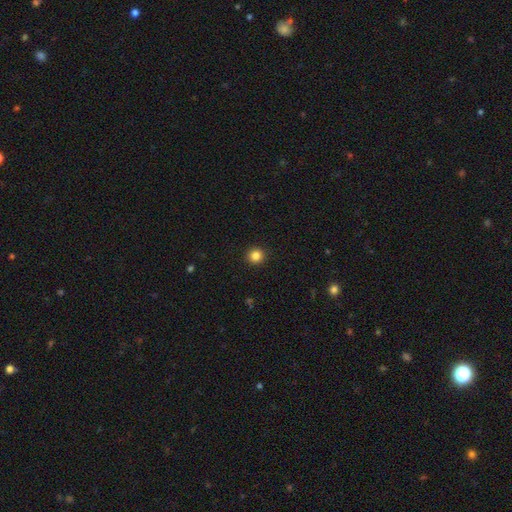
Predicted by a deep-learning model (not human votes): Overall: smooth (84%). How rounded: round (94%). Merging: none (93%).